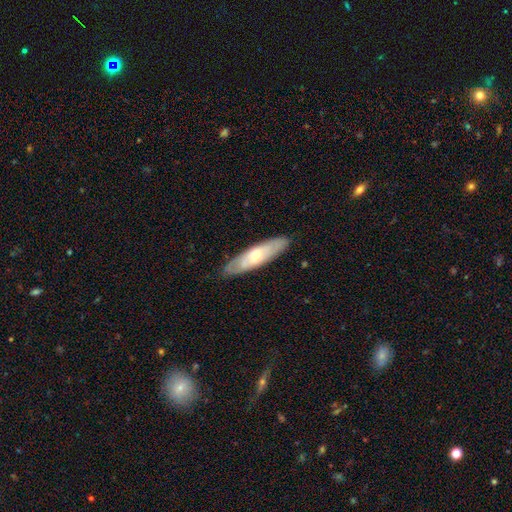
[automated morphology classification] Smooth or featured?
  - featured or disk: 50% *
  - smooth: 44%
  - star or artifact: 5%
Edge-on disk?
  - no: 55% *
  - yes: 45%
Merging?
  - none: 85% *
  - minor disturbance: 12%
  - major disturbance: 2%
  - merger: 1%